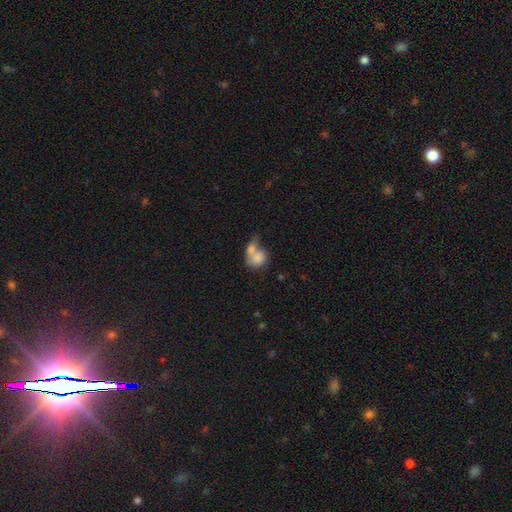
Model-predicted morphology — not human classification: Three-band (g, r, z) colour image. It shows a smooth galaxy with no disk features (77%) that is round (51%). Merging: merger (63%).